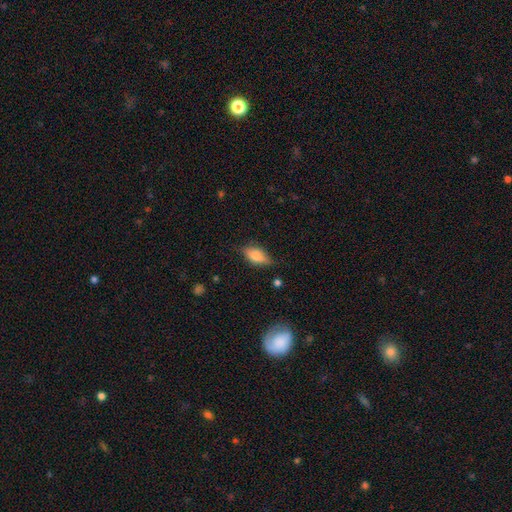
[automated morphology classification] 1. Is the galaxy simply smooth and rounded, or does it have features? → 63% smooth, 29% featured or disk, 8% star or artifact.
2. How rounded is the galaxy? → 76% in between, 20% cigar-shaped, 4% round.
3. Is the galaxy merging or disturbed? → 74% none, 20% minor disturbance, 5% major disturbance, 2% merger.